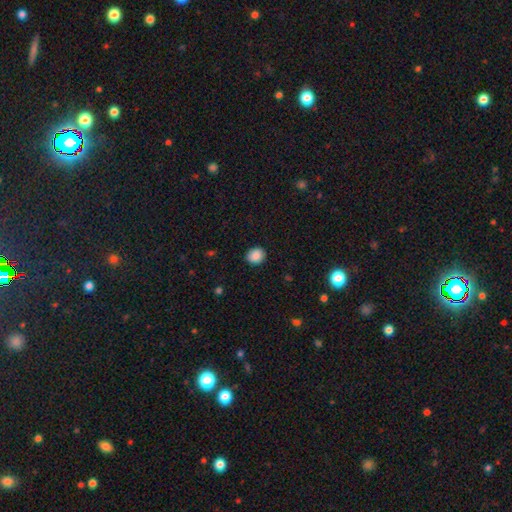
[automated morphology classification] Smooth or featured?
  - smooth: 88% *
  - star or artifact: 9%
  - featured or disk: 4%
How rounded?
  - round: 74% *
  - in between: 25%
  - cigar-shaped: 1%
Merging?
  - none: 88% *
  - minor disturbance: 9%
  - major disturbance: 2%
  - merger: 1%